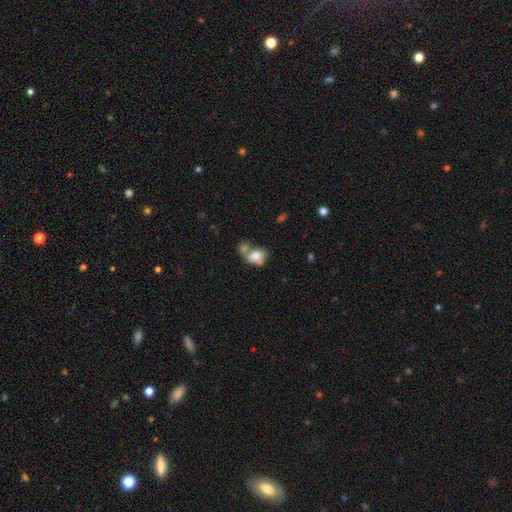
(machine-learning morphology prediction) A smooth galaxy with no disk features (69%) that is in between round and cigar-shaped (64%). Merging: merger (54%).